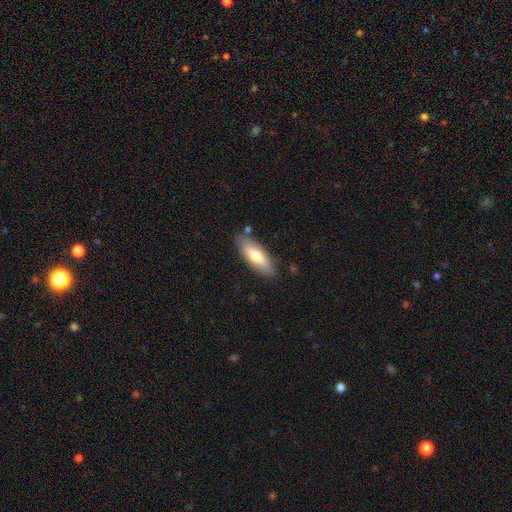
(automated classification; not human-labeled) smooth-or-featured: smooth: 68% | featured or disk: 26% | star or artifact: 6%
  how-rounded: in between: 66% | cigar-shaped: 32% | round: 2%
  merging: none: 83% | minor disturbance: 12% | merger: 3% | major disturbance: 3%